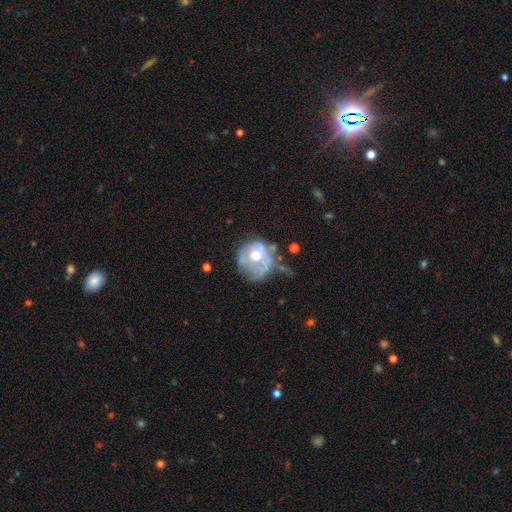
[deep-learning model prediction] Smooth or featured?
  - featured or disk: 59% *
  - smooth: 33%
  - star or artifact: 8%
Edge-on disk?
  - no: 97% *
  - yes: 3%
Bar?
  - no: 87% *
  - weak: 11%
  - strong: 3%
Spiral arms?
  - no: 70% *
  - yes: 30%
Bulge size?
  - moderate: 73% *
  - small: 13%
  - large: 11%
  - none: 2%
  - dominant: 1%
Merging?
  - none: 35% *
  - major disturbance: 30%
  - minor disturbance: 27%
  - merger: 8%